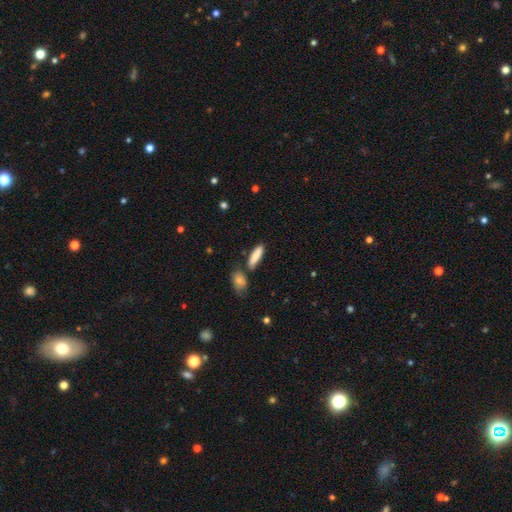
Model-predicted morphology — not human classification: Smooth or featured? Predicted: smooth (p=0.83). How rounded? Predicted: cigar-shaped (p=0.61). Merging? Predicted: none (p=0.75).